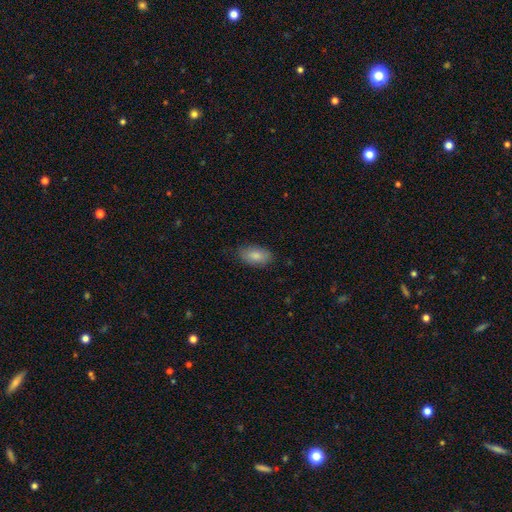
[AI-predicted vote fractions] Smooth or featured? smooth (84%)
How rounded? in between (93%)
Merging? none (83%)